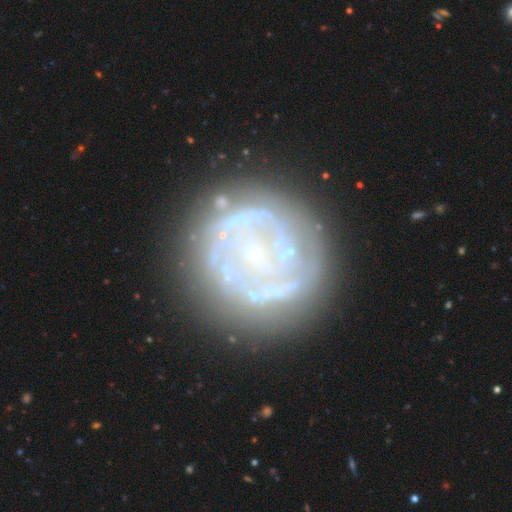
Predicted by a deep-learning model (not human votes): This appears to be a featured or disk galaxy (75%) with no bar (71%), spiral arms (63%) and a small central bulge (77%). Merging: none (72%).